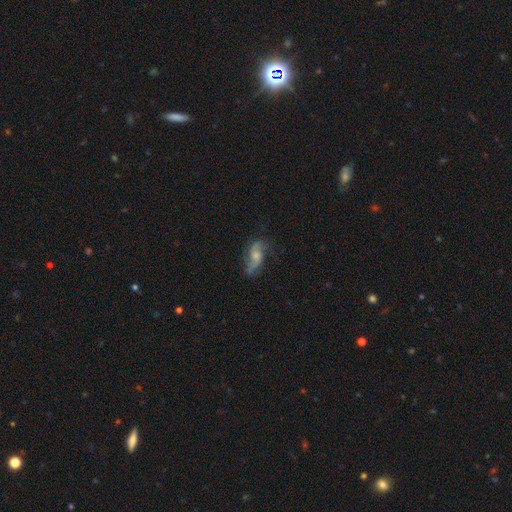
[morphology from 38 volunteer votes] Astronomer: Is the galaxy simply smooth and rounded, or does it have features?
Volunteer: featured or disk — 58% (runner-up: smooth, 34%).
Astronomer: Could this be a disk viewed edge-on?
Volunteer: no — 91%.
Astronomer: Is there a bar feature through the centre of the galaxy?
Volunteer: no — 70%.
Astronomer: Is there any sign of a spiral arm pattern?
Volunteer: yes — 85%.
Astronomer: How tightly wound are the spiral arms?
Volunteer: loose — 82%.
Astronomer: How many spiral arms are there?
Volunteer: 2 — 71%.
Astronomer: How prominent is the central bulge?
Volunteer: small — 55%.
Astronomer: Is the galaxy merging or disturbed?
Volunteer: none — 40%, tied with minor disturbance at 40%.